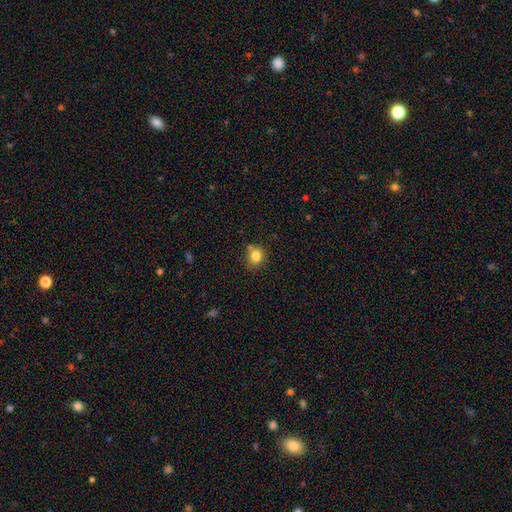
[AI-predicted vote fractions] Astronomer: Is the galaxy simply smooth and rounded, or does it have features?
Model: smooth — 82%.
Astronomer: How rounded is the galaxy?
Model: round — 76%.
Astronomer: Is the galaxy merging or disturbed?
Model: none — 71%.